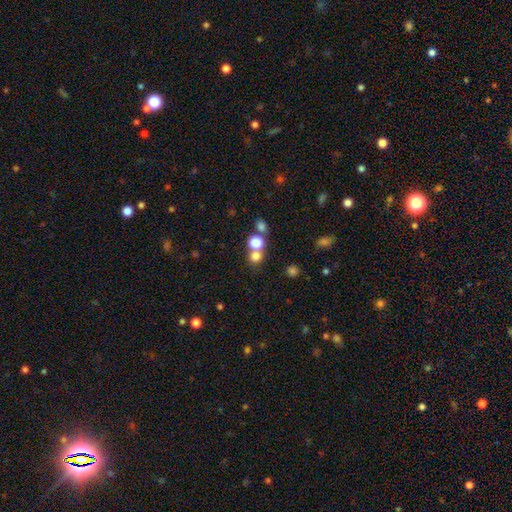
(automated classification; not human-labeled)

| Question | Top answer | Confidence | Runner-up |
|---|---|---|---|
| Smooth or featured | smooth | 73% | star or artifact (19%) |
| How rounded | round | 85% | in between (14%) |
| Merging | none | 57% | merger (33%) |